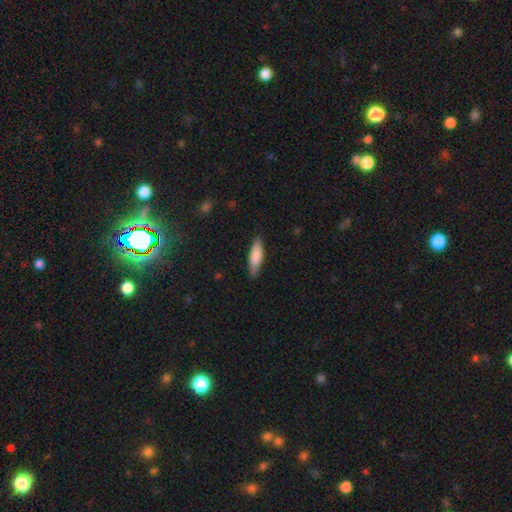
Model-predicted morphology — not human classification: Smooth or featured? smooth (77%)
How rounded? cigar-shaped (58%)
Merging? none (81%)